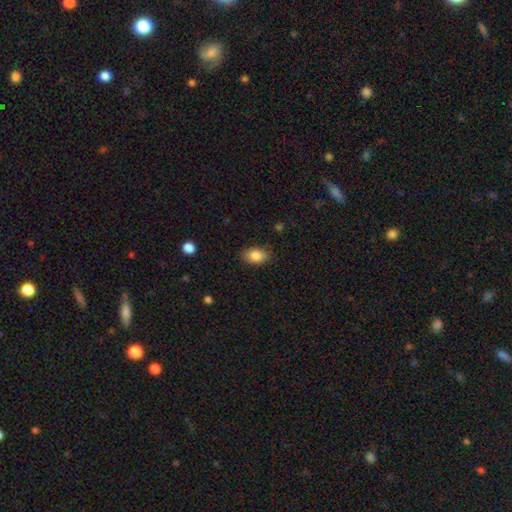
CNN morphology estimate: Smooth or featured?
  - smooth: 85% *
  - star or artifact: 8%
  - featured or disk: 7%
How rounded?
  - in between: 86% *
  - round: 12%
  - cigar-shaped: 1%
Merging?
  - none: 84% *
  - minor disturbance: 12%
  - major disturbance: 3%
  - merger: 1%